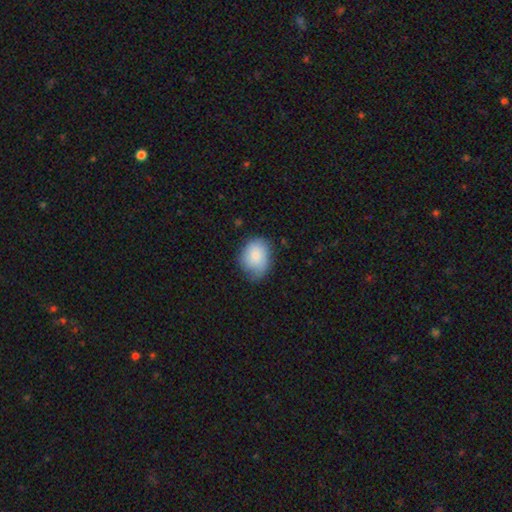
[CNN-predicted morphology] This is likely a smooth galaxy (80%). How rounded: possibly in between (54%). Merging: possibly none (55%).